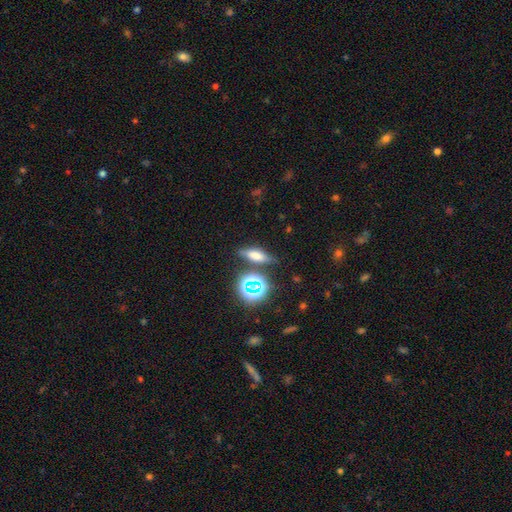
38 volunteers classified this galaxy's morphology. Smooth or featured? smooth (68%)
How rounded? in between (62%)
Merging? none (74%)